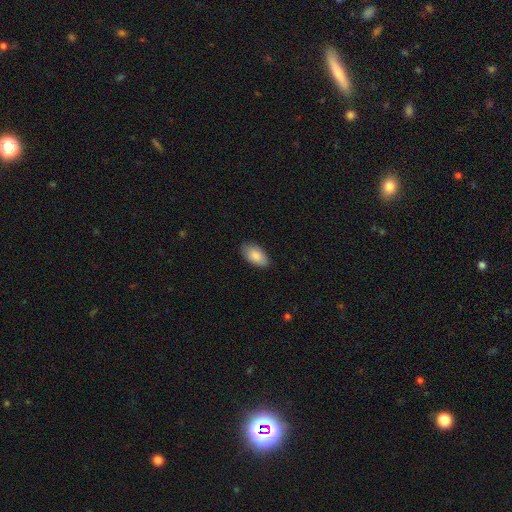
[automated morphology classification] The model was most divided on "merging": none: 85%, minor disturbance: 12%, major disturbance: 2%, merger: 1%. More confident: how rounded — in between (94%); smooth or featured — smooth (86%).